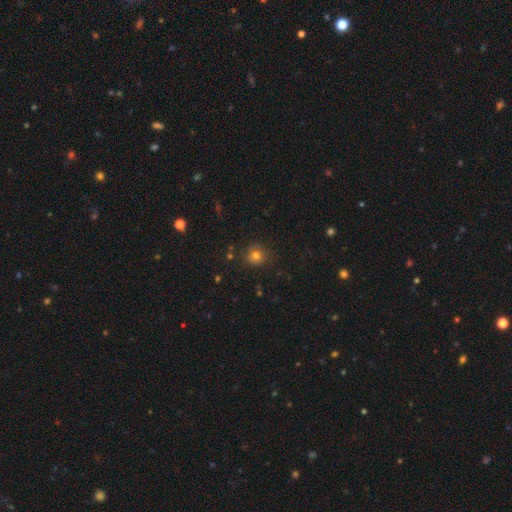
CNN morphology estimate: This is likely a smooth galaxy (78%). How rounded: clearly round (89%). Merging: clearly none (84%).